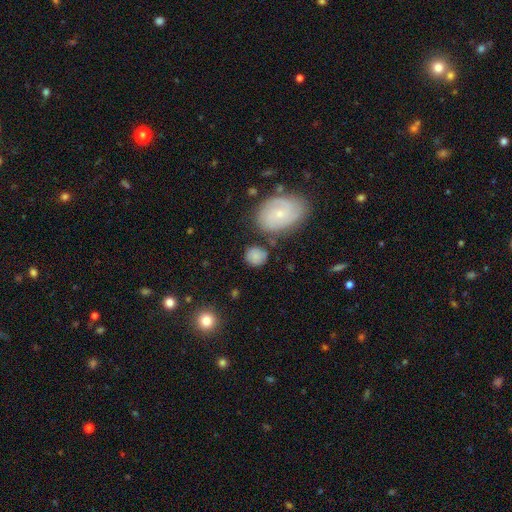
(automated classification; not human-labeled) Q: Smooth or featured?
A: smooth (74%); runner-up: featured or disk (18%)
Q: How rounded?
A: round (75%); runner-up: in between (24%)
Q: Merging?
A: none (71%); runner-up: minor disturbance (15%)